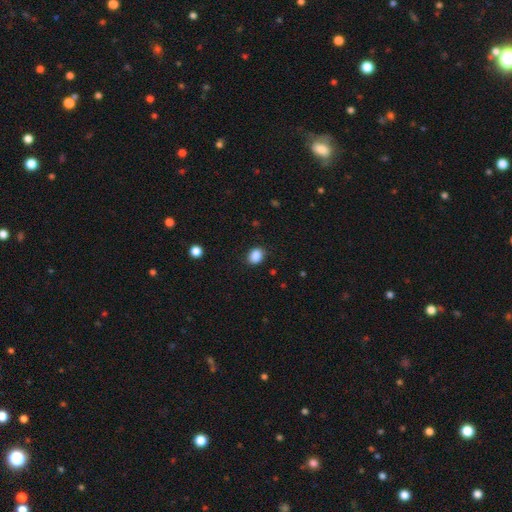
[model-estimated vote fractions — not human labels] Morphology: type=smooth (88%); roundness=round (51%); merging=none (84%).